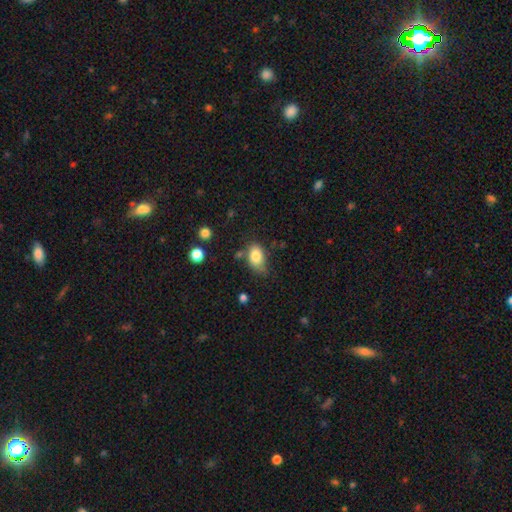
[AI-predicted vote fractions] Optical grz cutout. It shows a smooth galaxy with no disk features (83%) that is in between round and cigar-shaped (88%). Merging: none (59%).